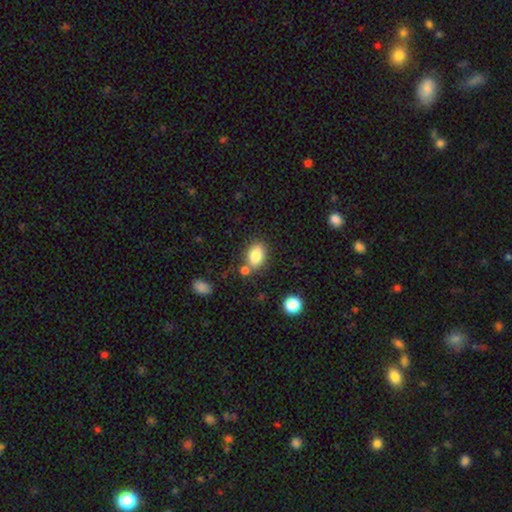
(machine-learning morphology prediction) smooth_or_featured: smooth (p=0.84) [alt: star or artifact p=0.09]
how_rounded: in between (p=0.81) [alt: round p=0.18]
merging: none (p=0.66) [alt: merger p=0.17]